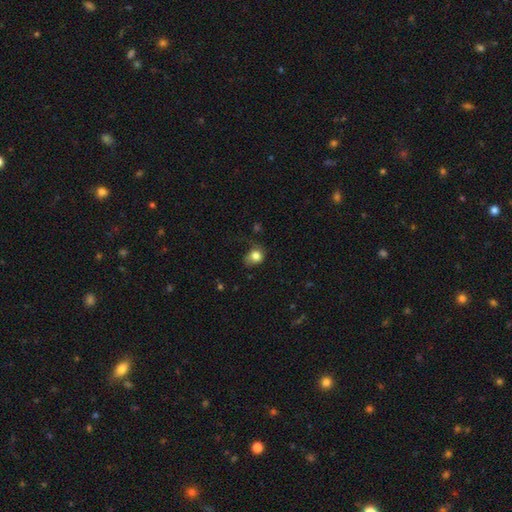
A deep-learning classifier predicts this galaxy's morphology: This is clearly a smooth galaxy (80%). How rounded: likely round (68%). Merging: marginally none (44%).